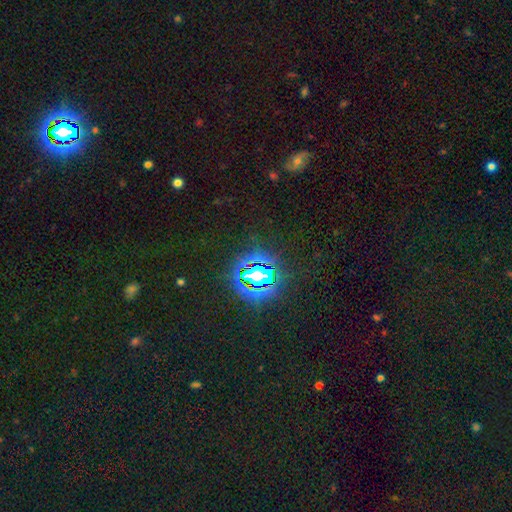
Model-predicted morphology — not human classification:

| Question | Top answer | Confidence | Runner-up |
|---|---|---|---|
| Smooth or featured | star or artifact | 79% | smooth (13%) |